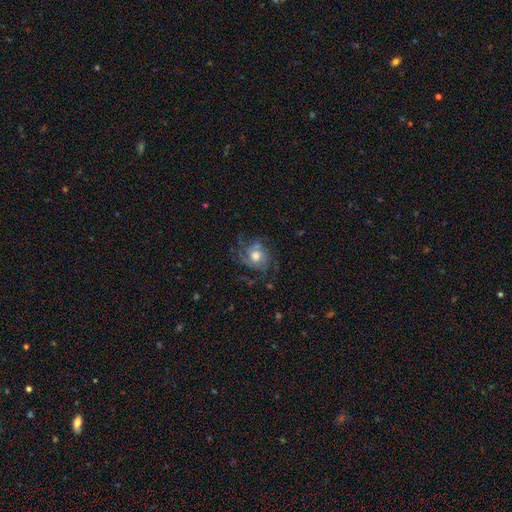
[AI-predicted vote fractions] smooth-or-featured: featured or disk: 74% | smooth: 17% | star or artifact: 8%
  disk-edge-on: no: 97% | yes: 3%
    bar: no: 77% | weak: 20% | strong: 3%
    has-spiral-arms: yes: 92% | no: 8%
      spiral-winding: medium: 42% | tight: 41% | loose: 17%
      spiral-arm-count: 3: 33% | can't tell: 24% | 2: 18% | 4: 12% | 1: 6% | more than 4: 6%
    bulge-size: moderate: 63% | large: 25% | small: 9% | dominant: 2% | none: 2%
  merging: none: 61% | minor disturbance: 20% | major disturbance: 17% | merger: 2%